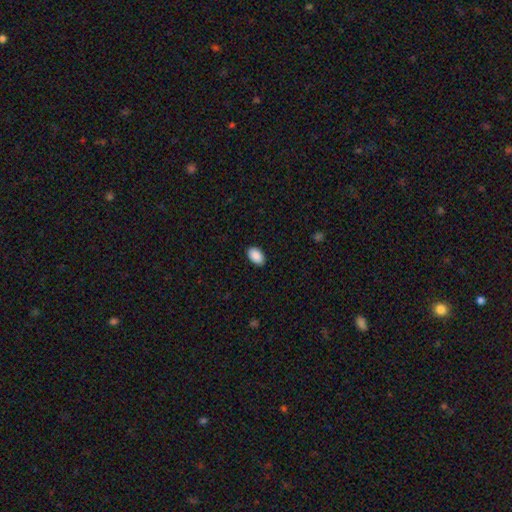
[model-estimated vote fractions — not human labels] smooth 90%, star or artifact 7%, featured or disk 3%. Down the decision tree: how rounded — in between (93%); merging — none (89%).